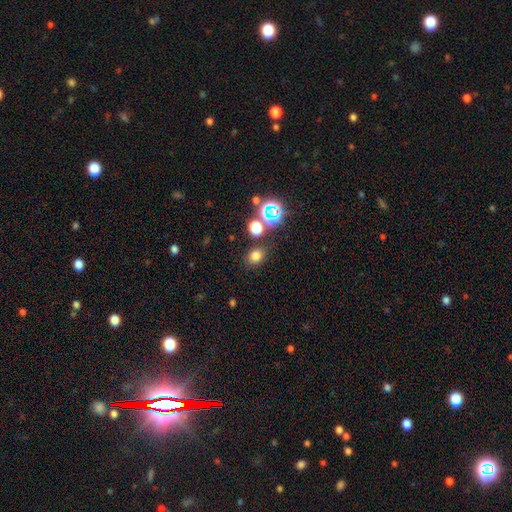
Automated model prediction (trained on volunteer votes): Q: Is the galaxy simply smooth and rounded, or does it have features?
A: smooth — 72%.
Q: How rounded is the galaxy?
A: round — 59%.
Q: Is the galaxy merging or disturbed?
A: none — 78%.